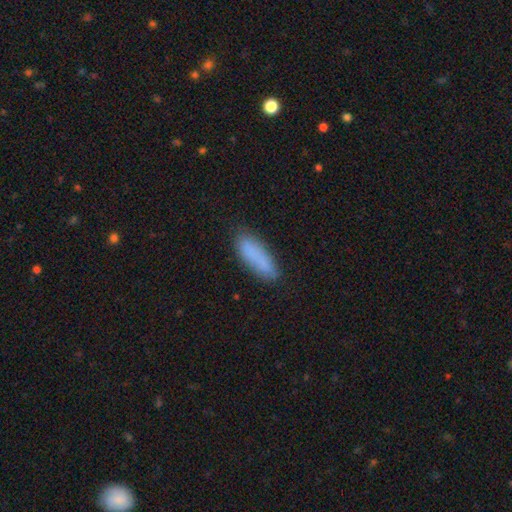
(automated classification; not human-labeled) Morphology: type=smooth (84%); roundness=cigar-shaped (49%, tied with in between); merging=none (80%).